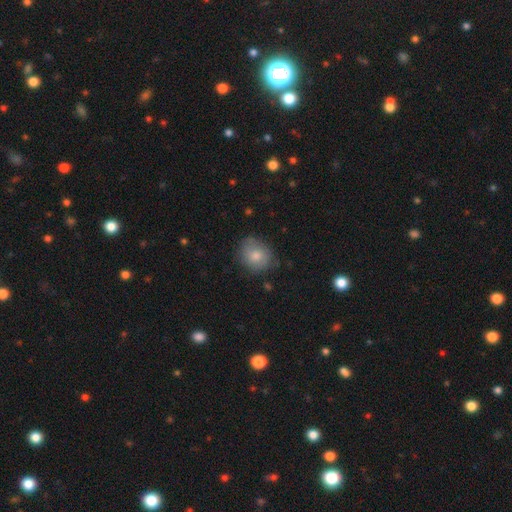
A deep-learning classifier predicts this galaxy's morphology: This is likely a smooth galaxy (78%). How rounded: likely round (68%). Merging: likely none (72%).